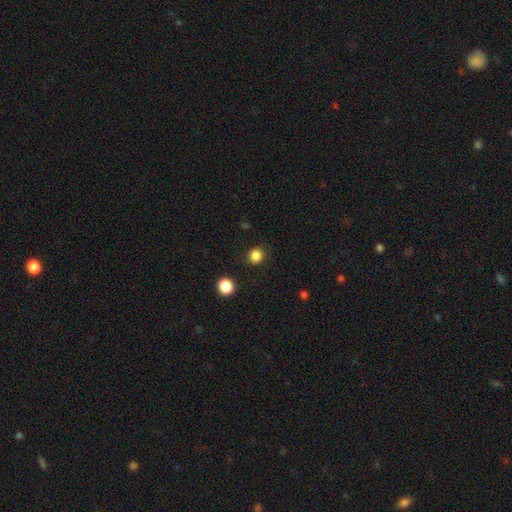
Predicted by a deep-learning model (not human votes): Smooth or featured?
  - smooth: 84% *
  - star or artifact: 12%
  - featured or disk: 3%
How rounded?
  - round: 88% *
  - in between: 11%
  - cigar-shaped: 1%
Merging?
  - none: 89% *
  - minor disturbance: 7%
  - major disturbance: 3%
  - merger: 2%